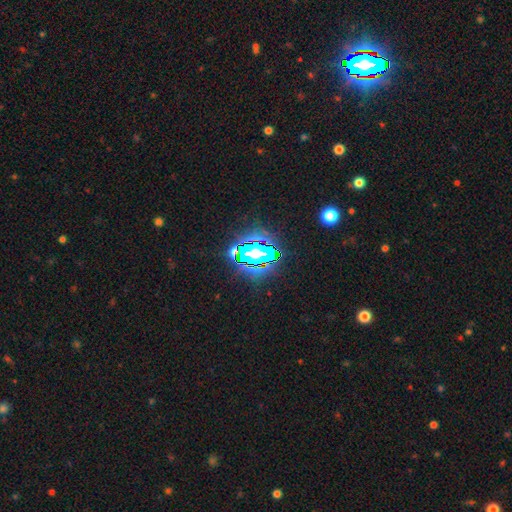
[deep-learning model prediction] smooth_or_featured: star or artifact (p=0.83) [alt: smooth p=0.10]